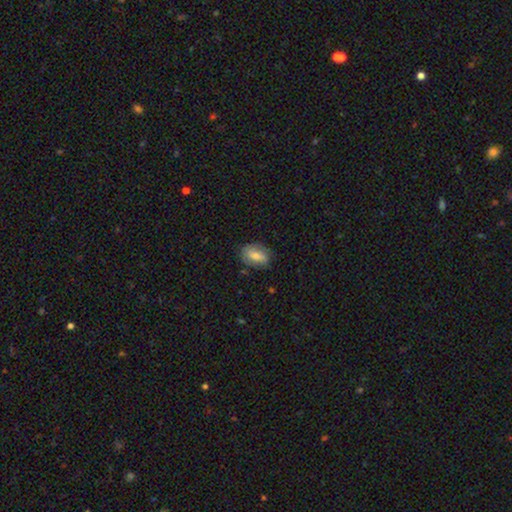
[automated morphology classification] smooth_or_featured: smooth (p=0.66) [alt: featured or disk p=0.26]
how_rounded: in between (p=0.83) [alt: round p=0.14]
merging: none (p=0.73) [alt: minor disturbance p=0.21]